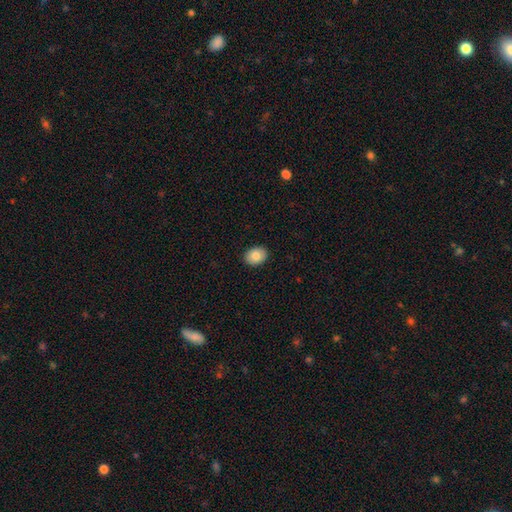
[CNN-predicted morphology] Smooth or featured: smooth — 83% (featured or disk — 10%)
How rounded: in between — 64% (round — 35%)
Merging: none — 91% (minor disturbance — 7%)